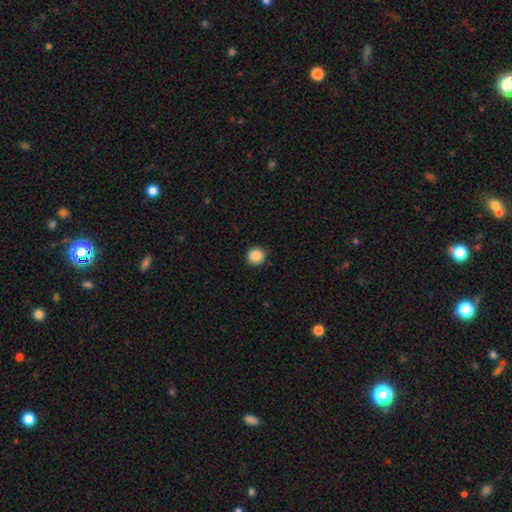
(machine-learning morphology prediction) This appears to be a smooth galaxy with no disk features (88%) that is round (94%). Merging: none (90%).